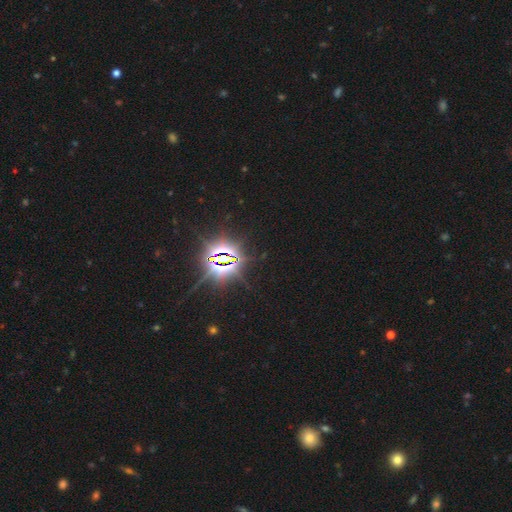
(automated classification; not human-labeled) Smooth or featured?
  - star or artifact: 86% *
  - smooth: 8%
  - featured or disk: 6%